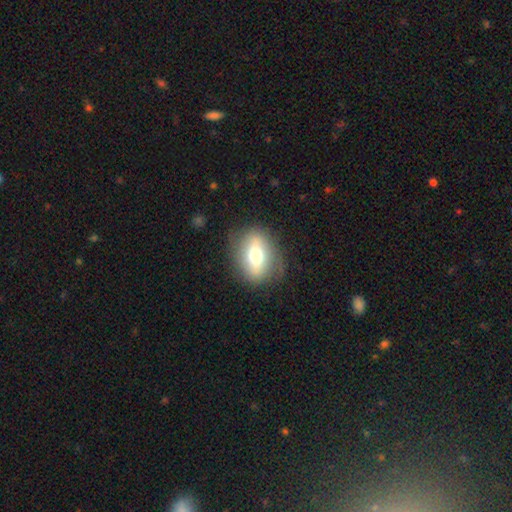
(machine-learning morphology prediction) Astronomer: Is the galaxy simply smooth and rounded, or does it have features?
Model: smooth — 58% (runner-up: featured or disk, 34%).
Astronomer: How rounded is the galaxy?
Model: in between — 69%.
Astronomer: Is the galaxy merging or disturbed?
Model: none — 78%.